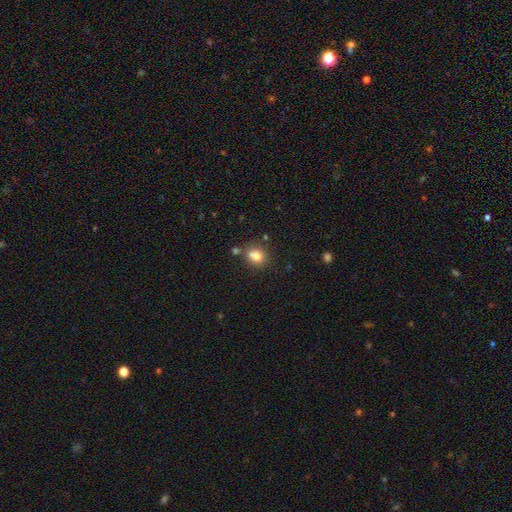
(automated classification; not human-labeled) Smooth or featured?
  - smooth: 80% *
  - star or artifact: 11%
  - featured or disk: 9%
How rounded?
  - round: 62% *
  - in between: 37%
  - cigar-shaped: 1%
Merging?
  - none: 64% *
  - merger: 18%
  - minor disturbance: 14%
  - major disturbance: 4%